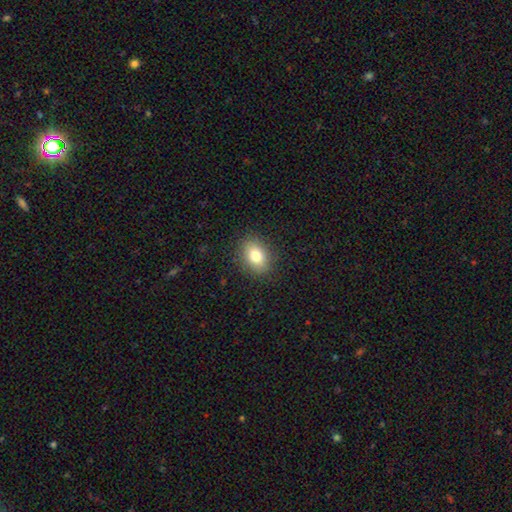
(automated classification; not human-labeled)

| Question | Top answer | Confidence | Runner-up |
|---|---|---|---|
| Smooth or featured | smooth | 80% | featured or disk (10%) |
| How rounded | in between | 72% | round (26%) |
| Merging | none | 87% | minor disturbance (9%) |